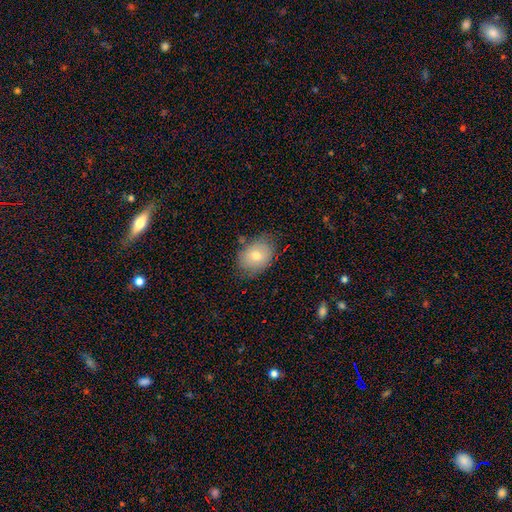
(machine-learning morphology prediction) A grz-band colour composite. It shows a smooth galaxy with no disk features (73%) that is in between round and cigar-shaped (72%). Merging: none (73%).